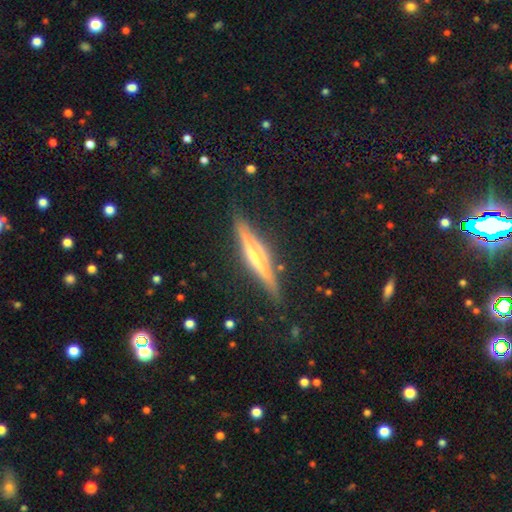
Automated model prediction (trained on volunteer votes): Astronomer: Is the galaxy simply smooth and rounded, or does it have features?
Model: featured or disk — 73%.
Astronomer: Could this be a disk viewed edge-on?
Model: yes — 96%.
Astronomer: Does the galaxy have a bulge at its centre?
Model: rounded — 66%.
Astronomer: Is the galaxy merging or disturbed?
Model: none — 87%.